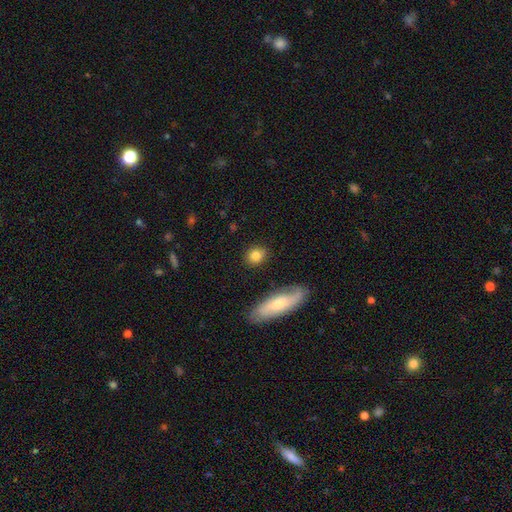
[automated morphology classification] smooth_or_featured: smooth (p=0.82) [alt: featured or disk p=0.10]
how_rounded: round (p=0.67) [alt: in between p=0.29]
merging: none (p=0.86) [alt: minor disturbance p=0.09]